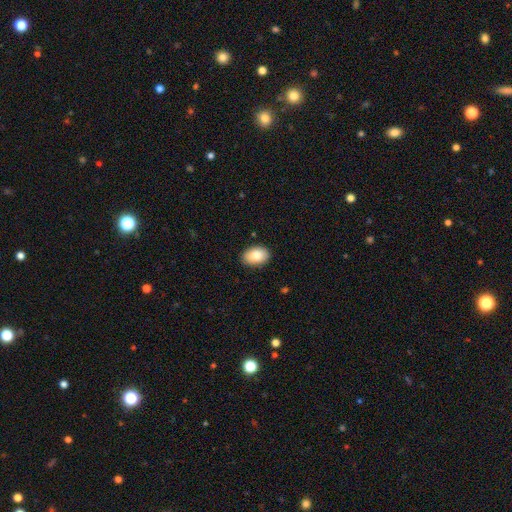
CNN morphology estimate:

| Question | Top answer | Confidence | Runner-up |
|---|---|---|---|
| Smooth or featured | smooth | 83% | featured or disk (10%) |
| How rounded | in between | 87% | round (12%) |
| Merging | none | 87% | minor disturbance (10%) |